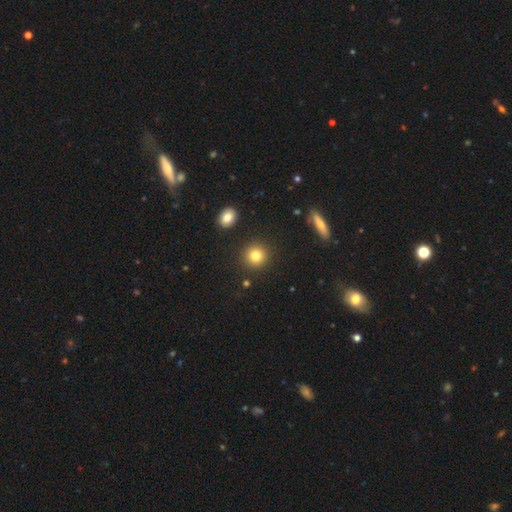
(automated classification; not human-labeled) The model was most divided on "smooth or featured": smooth: 81%, star or artifact: 12%, featured or disk: 7%. More confident: how rounded — round (91%); merging — none (90%).